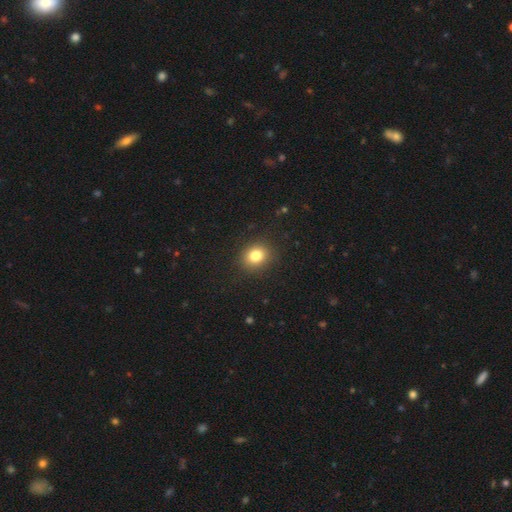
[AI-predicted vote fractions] A smooth galaxy with no disk features (82%) that is round (65%). Merging: none (89%).